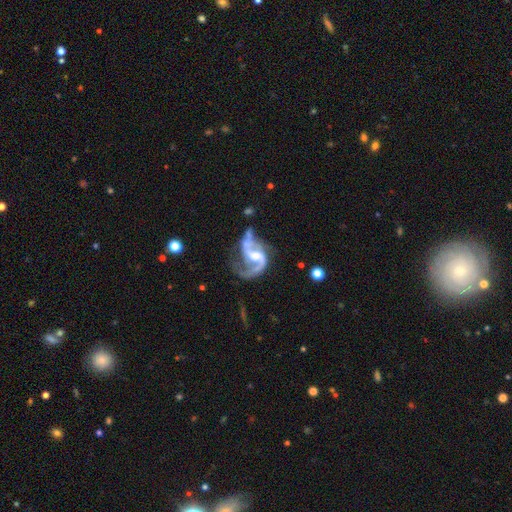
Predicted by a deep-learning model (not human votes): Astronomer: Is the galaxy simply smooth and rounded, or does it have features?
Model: featured or disk — 90%.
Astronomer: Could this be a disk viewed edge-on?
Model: no — 98%.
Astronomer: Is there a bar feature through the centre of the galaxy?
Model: weak — 50%.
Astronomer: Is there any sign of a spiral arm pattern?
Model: yes — 96%.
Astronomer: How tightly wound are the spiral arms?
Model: loose — 48% (runner-up: medium, 43%).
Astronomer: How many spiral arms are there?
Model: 2 — 85%.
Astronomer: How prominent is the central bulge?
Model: moderate — 53%.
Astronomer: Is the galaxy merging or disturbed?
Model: none — 43% (runner-up: major disturbance, 28%).